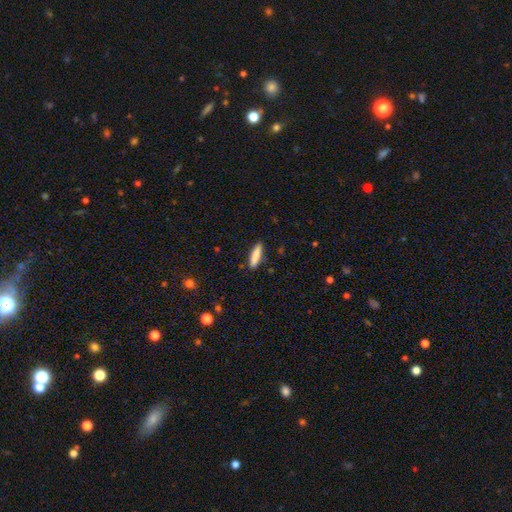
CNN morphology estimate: Q: Smooth or featured?
A: smooth (84%); runner-up: featured or disk (10%)
Q: How rounded?
A: cigar-shaped (72%); runner-up: in between (27%)
Q: Merging?
A: none (88%); runner-up: minor disturbance (8%)